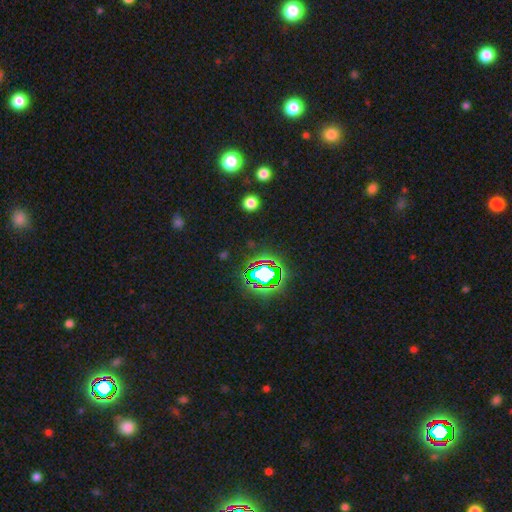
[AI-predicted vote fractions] smooth_or_featured: star or artifact (p=0.78) [alt: smooth p=0.14]